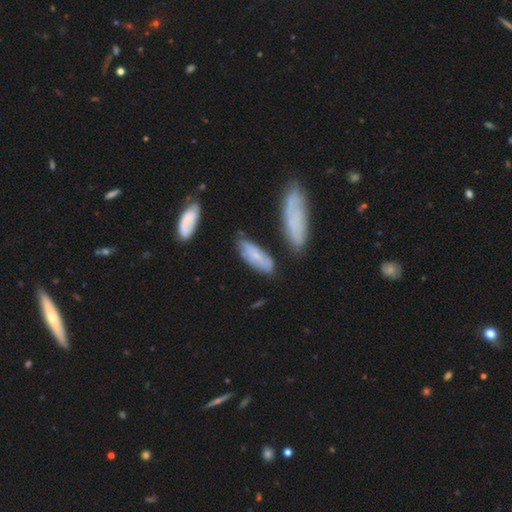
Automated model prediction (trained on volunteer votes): This appears to be a smooth galaxy with no disk features (56%) that is in between round and cigar-shaped (63%). Merging: none (63%).